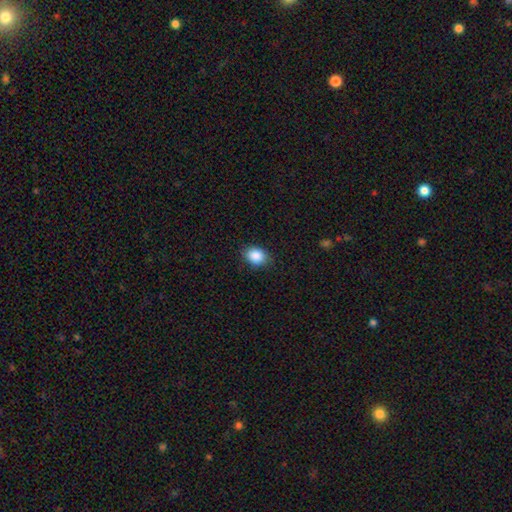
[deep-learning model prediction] This appears to be a smooth galaxy with no disk features (88%) that is in between round and cigar-shaped (60%). Merging: none (85%).